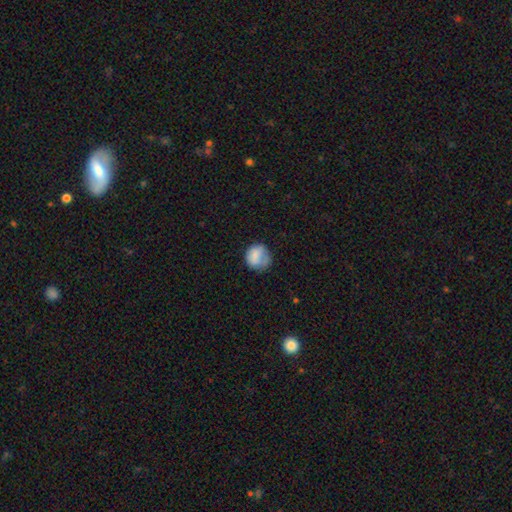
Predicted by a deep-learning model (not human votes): Overall: smooth (78%). How rounded: round (81%). Merging: none (55%; minor disturbance 29%).